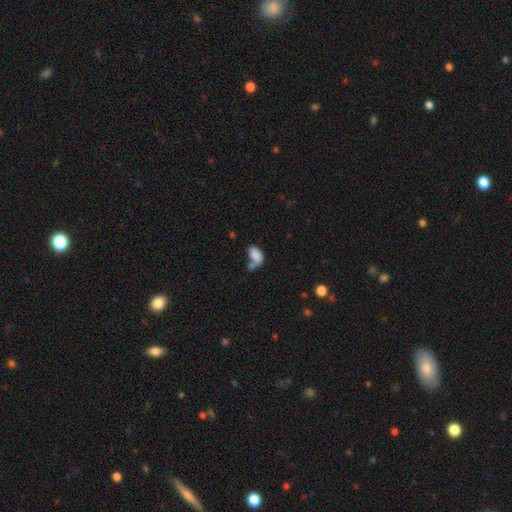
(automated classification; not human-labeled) The model was most divided on "merging": merger: 39%, none: 32%, minor disturbance: 16%, major disturbance: 13%. More confident: how rounded — in between (92%); smooth or featured — smooth (82%).